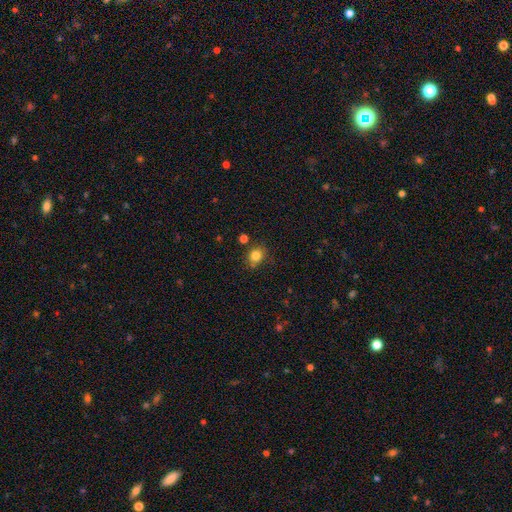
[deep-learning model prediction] smooth 83%, star or artifact 11%, featured or disk 6%. Down the decision tree: how rounded — round (69%); merging — none (76%).